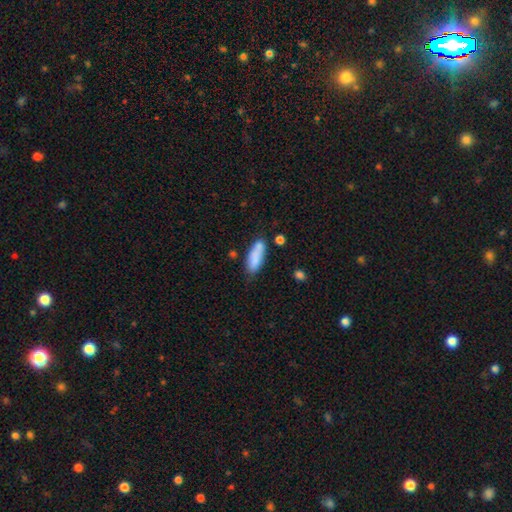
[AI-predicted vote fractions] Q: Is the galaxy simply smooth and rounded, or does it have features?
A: smooth — 83%.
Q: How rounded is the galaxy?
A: in between — 64%.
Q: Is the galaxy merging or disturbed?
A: none — 63%.